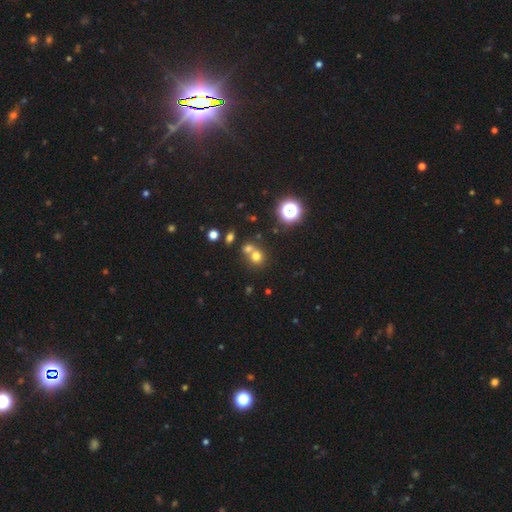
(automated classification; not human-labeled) smooth-or-featured: smooth: 69% | star or artifact: 20% | featured or disk: 11%
  how-rounded: round: 81% | in between: 18% | cigar-shaped: 1%
  merging: none: 47% | merger: 43% | minor disturbance: 7% | major disturbance: 3%